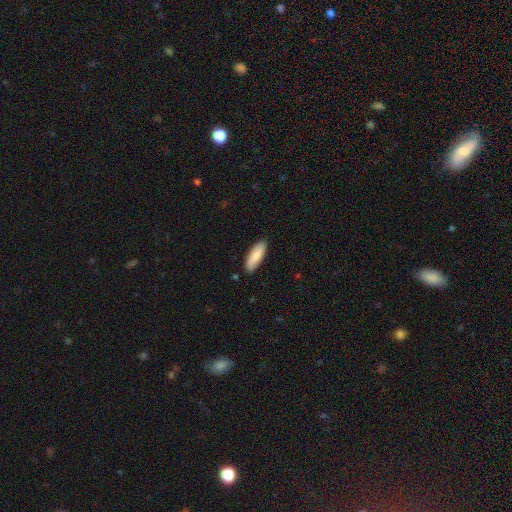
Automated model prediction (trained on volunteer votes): This is clearly a smooth galaxy (84%). How rounded: possibly in between (59%). Merging: clearly none (86%).